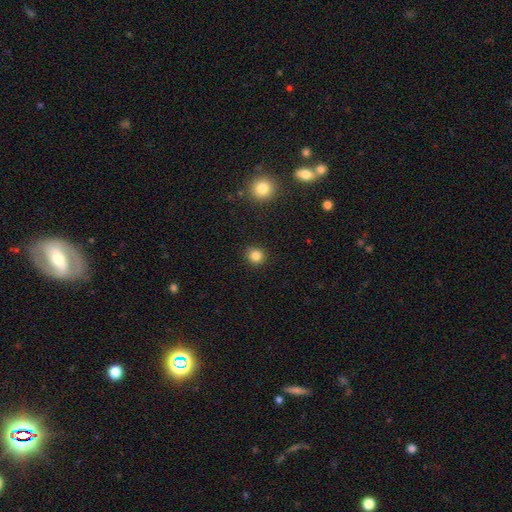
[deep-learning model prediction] A smooth galaxy with no disk features (84%) that is round (89%). Merging: none (91%).